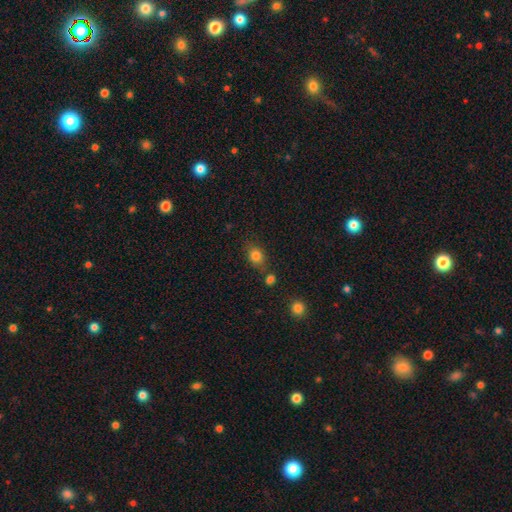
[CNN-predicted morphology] The model was most divided on "how rounded": in between: 55%, round: 44%, cigar-shaped: 2%. More confident: smooth or featured — smooth (81%); merging — none (69%).